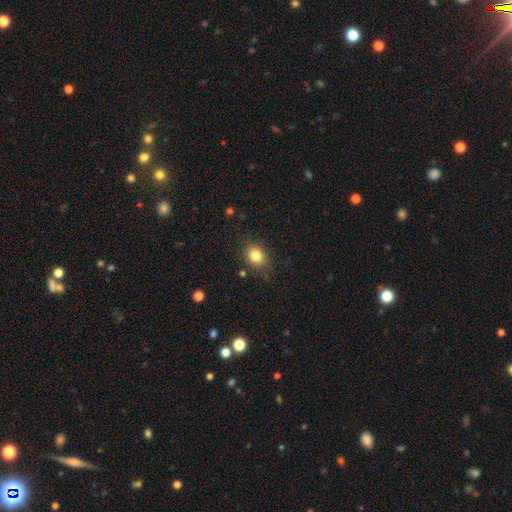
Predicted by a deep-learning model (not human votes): This is clearly a smooth galaxy (82%). How rounded: likely round (63%). Merging: clearly none (81%).